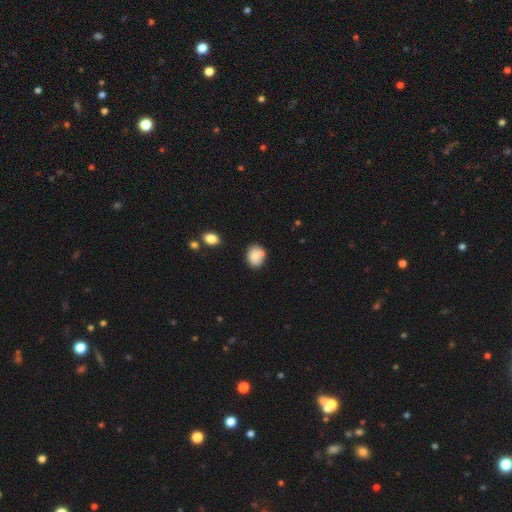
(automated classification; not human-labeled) A smooth galaxy with no disk features (81%) that is round (53%). Merging: none (57%).